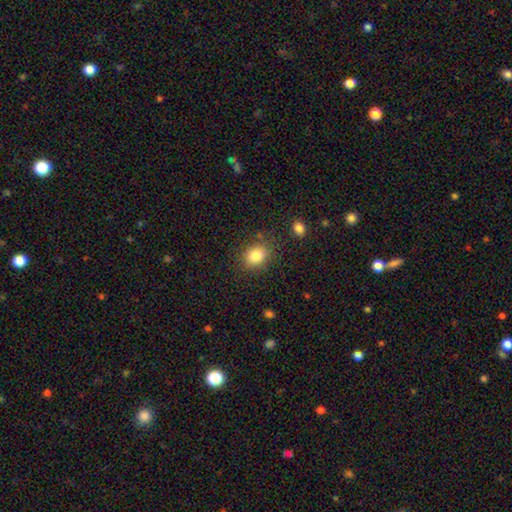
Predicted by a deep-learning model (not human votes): Smooth or featured? Predicted: smooth (p=0.84). How rounded? Predicted: in between (p=0.57). Merging? Predicted: none (p=0.82).